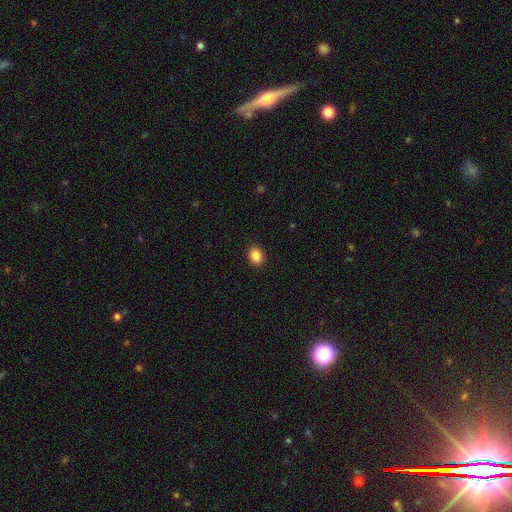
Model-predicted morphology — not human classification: Smooth or featured? smooth (87%)
How rounded? round (53%)
Merging? none (91%)